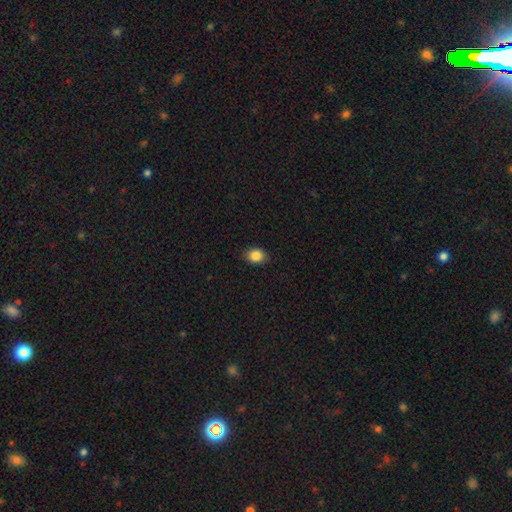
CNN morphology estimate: Q: Smooth or featured?
A: smooth (86%); runner-up: star or artifact (9%)
Q: How rounded?
A: in between (58%); runner-up: round (41%)
Q: Merging?
A: none (88%); runner-up: minor disturbance (9%)